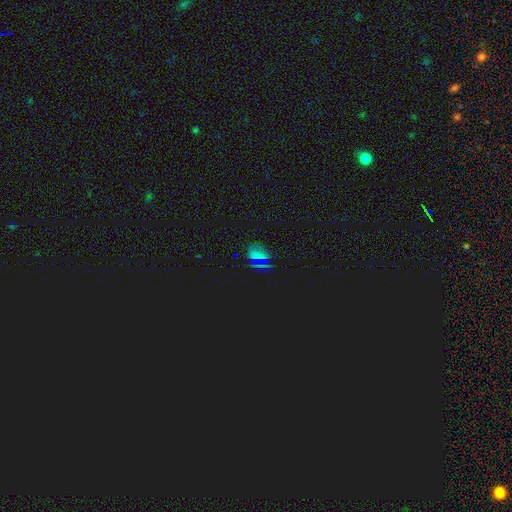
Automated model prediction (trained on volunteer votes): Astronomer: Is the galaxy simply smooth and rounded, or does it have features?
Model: star or artifact — 61%.